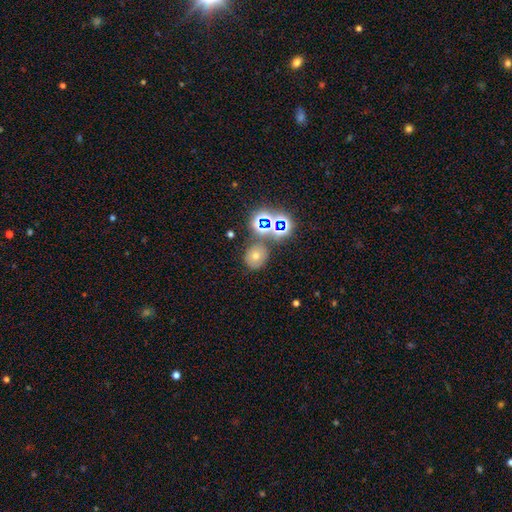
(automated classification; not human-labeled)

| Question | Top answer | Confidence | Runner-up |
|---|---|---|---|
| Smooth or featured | star or artifact | 42% | smooth (39%) |